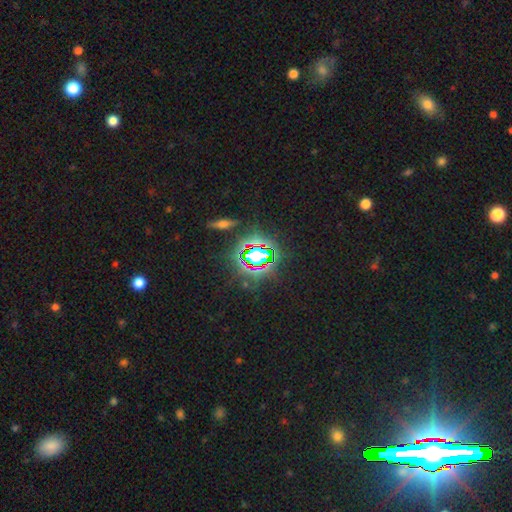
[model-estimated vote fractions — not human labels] This appears to be a star or artifact, not a galaxy (73%).